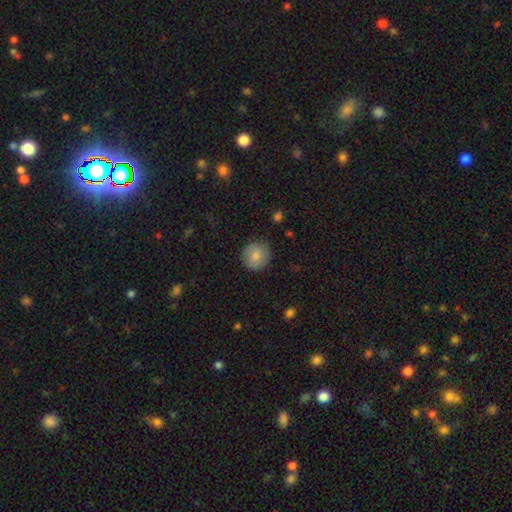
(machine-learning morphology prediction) Smooth or featured? smooth (81%)
How rounded? round (91%)
Merging? none (84%)